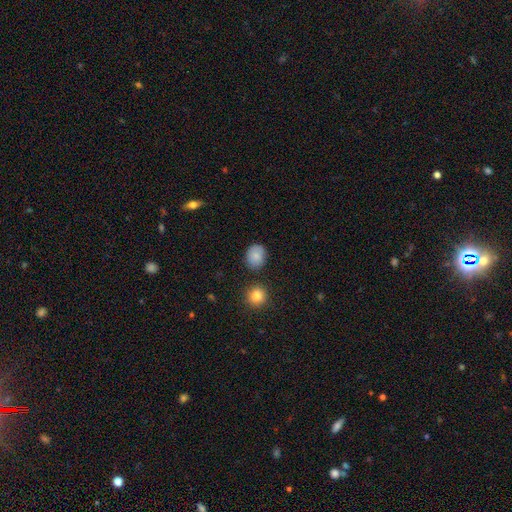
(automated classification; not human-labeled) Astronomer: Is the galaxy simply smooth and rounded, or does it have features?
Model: smooth — 84%.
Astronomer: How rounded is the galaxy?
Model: round — 58% (runner-up: in between, 41%).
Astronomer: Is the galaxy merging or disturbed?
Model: none — 80%.